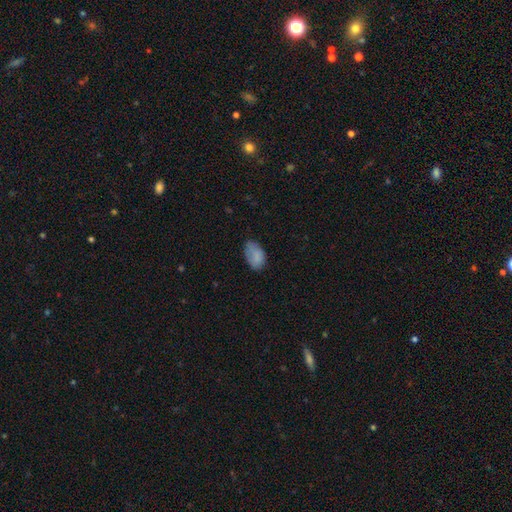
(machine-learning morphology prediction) This is clearly a smooth galaxy (82%). How rounded: clearly in between (92%). Merging: possibly none (58%).